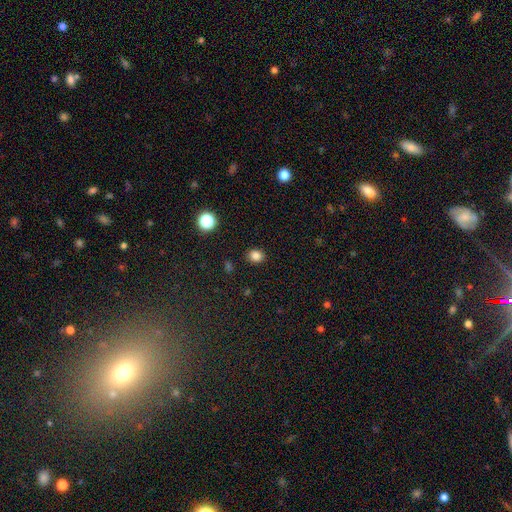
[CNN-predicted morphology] Smooth or featured? Predicted: smooth (p=0.83). How rounded? Predicted: round (p=0.59). Merging? Predicted: none (p=0.89).